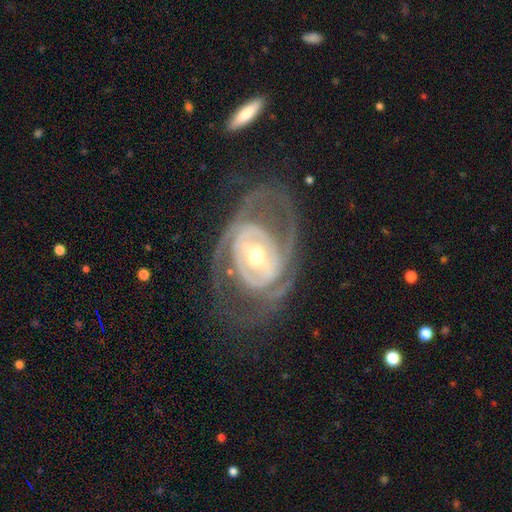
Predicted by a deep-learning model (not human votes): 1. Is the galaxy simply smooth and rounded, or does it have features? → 88% featured or disk, 7% smooth, 5% star or artifact.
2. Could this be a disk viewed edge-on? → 96% no, 4% yes.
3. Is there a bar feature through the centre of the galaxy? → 39% weak, 33% strong, 27% no.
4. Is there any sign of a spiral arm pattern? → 87% yes, 13% no.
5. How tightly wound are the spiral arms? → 54% tight, 35% medium, 12% loose.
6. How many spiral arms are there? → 48% 2, 25% can't tell, 14% 3, 5% 1, 4% 4, 4% more than 4.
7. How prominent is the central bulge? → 59% moderate, 34% small, 5% large, 1% none, 1% dominant.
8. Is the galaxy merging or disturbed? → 58% none, 23% major disturbance, 17% minor disturbance, 2% merger.